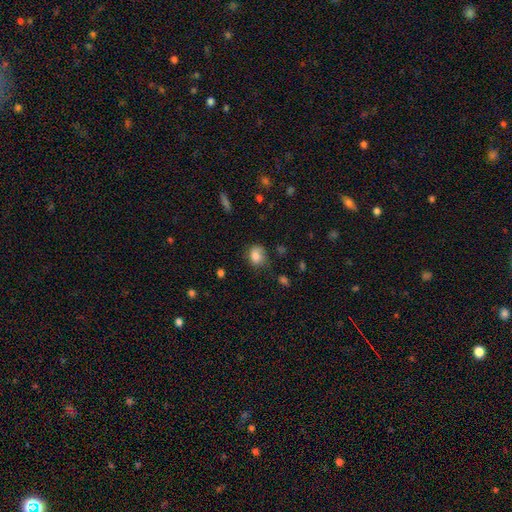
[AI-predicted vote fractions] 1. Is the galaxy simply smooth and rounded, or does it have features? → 81% smooth, 10% featured or disk, 10% star or artifact.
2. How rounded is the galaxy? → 52% round, 47% in between, 1% cigar-shaped.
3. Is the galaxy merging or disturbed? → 57% none, 30% minor disturbance, 11% major disturbance, 2% merger.